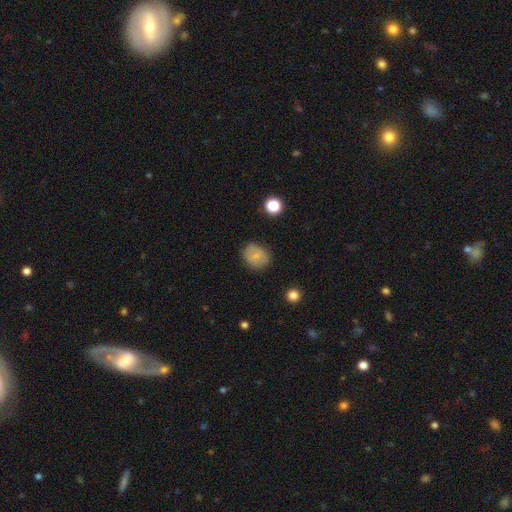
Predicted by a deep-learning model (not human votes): A smooth galaxy with no disk features (74%) that is round (56%).

Vote fractions:
- Smooth or featured? smooth: 74% / featured or disk: 16% / star or artifact: 10%
- How rounded? round: 56% / in between: 43% / cigar-shaped: 1%
- Merging? none: 77% / minor disturbance: 17% / major disturbance: 5% / merger: 2%